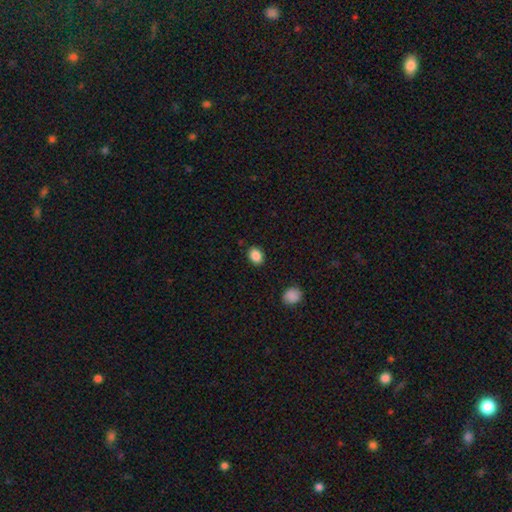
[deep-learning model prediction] Morphology: type=smooth (88%); roundness=in between (66%); merging=none (87%).